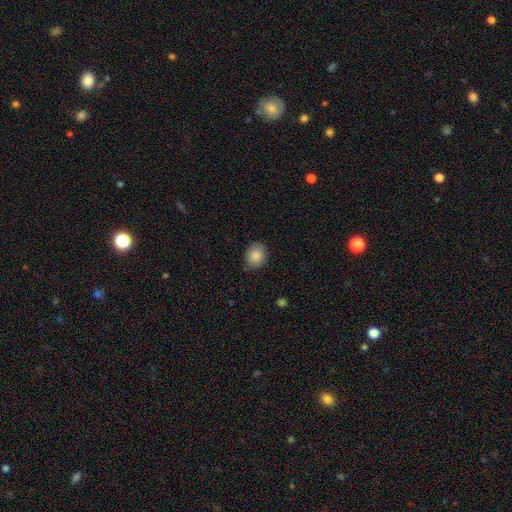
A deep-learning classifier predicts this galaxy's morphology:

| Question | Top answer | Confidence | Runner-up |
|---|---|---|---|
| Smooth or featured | smooth | 87% | star or artifact (8%) |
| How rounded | round | 53% | in between (46%) |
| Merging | none | 86% | minor disturbance (11%) |